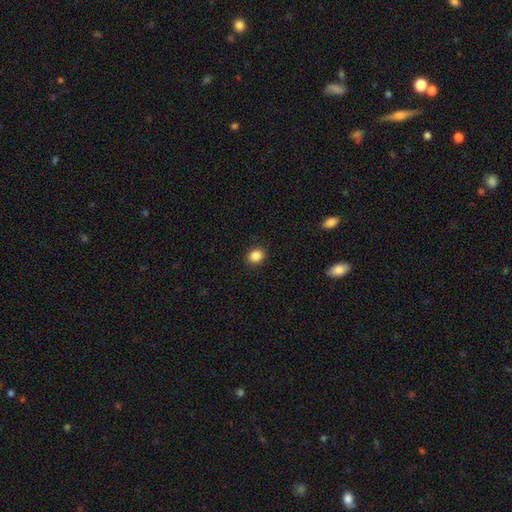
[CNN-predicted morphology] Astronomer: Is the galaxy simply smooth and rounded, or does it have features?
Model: smooth — 87%.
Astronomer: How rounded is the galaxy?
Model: round — 60% (runner-up: in between, 40%).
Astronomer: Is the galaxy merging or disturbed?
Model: none — 90%.